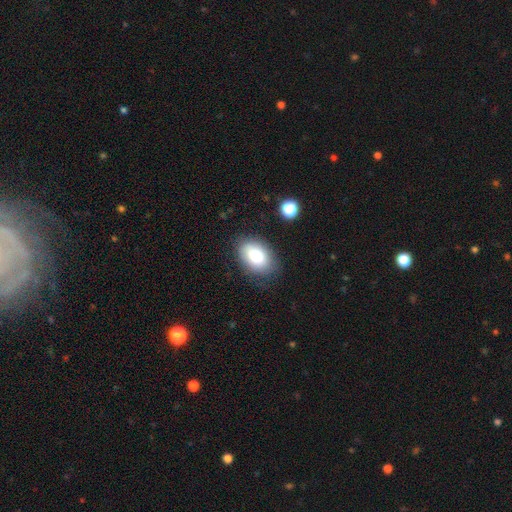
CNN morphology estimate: The model was most divided on "merging": none: 81%, minor disturbance: 13%, major disturbance: 4%, merger: 2%. More confident: how rounded — in between (87%); smooth or featured — smooth (83%).